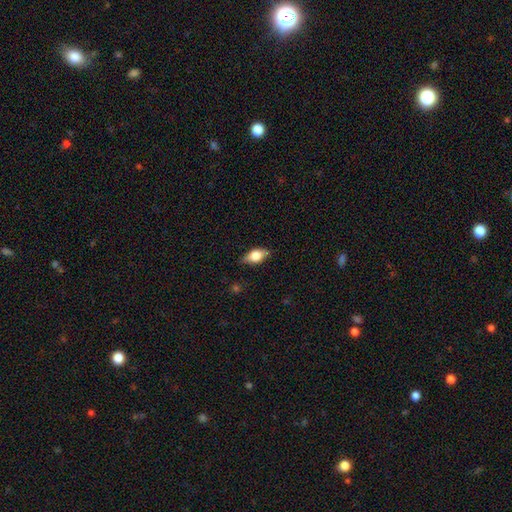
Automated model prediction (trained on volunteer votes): Smooth or featured?
  - smooth: 61% *
  - featured or disk: 31%
  - star or artifact: 8%
How rounded?
  - in between: 81% *
  - cigar-shaped: 10%
  - round: 9%
Merging?
  - none: 80% *
  - minor disturbance: 15%
  - major disturbance: 3%
  - merger: 1%